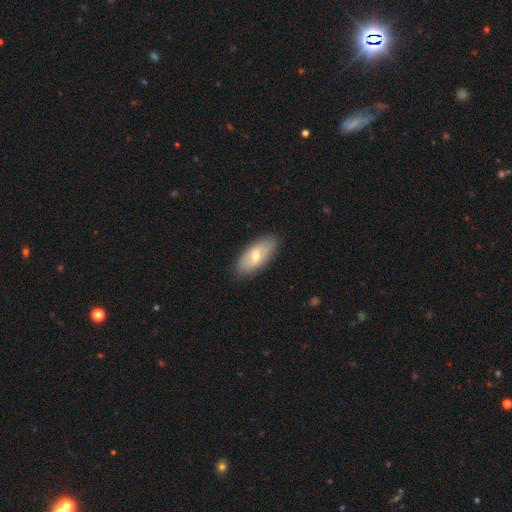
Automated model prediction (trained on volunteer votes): Smooth or featured?
  - smooth: 61% *
  - featured or disk: 33%
  - star or artifact: 6%
How rounded?
  - in between: 86% *
  - cigar-shaped: 11%
  - round: 3%
Merging?
  - none: 87% *
  - minor disturbance: 10%
  - major disturbance: 2%
  - merger: 1%